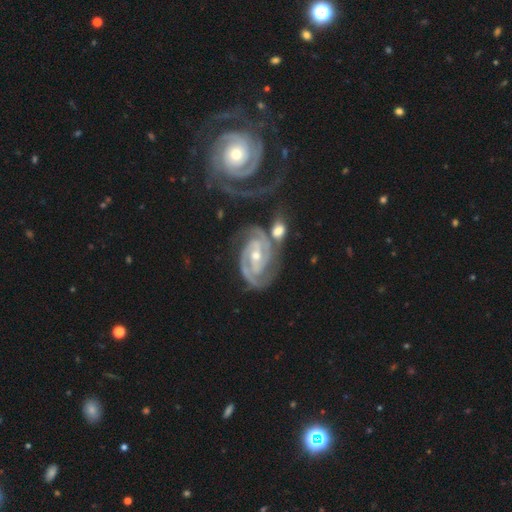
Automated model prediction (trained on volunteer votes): This is clearly a featured or disk galaxy (92%). It is clearly not viewed edge-on (97%). Bar: marginally strong (40%). Spiral arm pattern: clearly yes (98%). Spiral arm count: likely 2 (68%). Spiral winding: likely tight (64%). Central bulge: possibly moderate (49%). Merging: possibly none (47%).